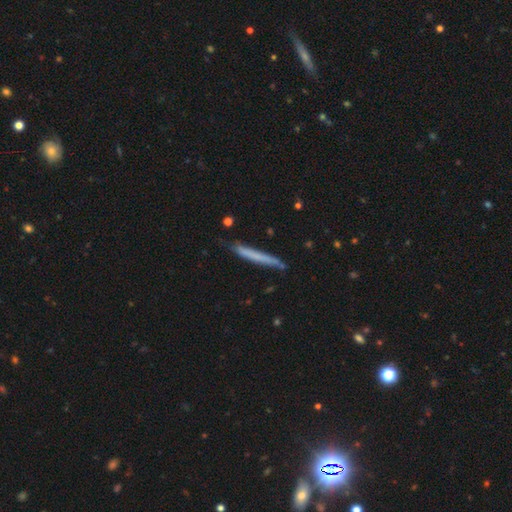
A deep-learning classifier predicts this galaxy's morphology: This appears to be a smooth galaxy with no disk features (60%) that is cigar-shaped (97%). Merging: none (82%).